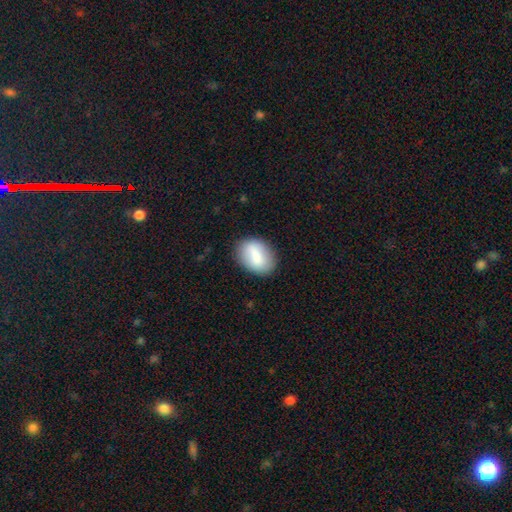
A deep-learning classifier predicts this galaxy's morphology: This appears to be a smooth galaxy with no disk features (75%) that is in between round and cigar-shaped (80%). Merging: none (81%).